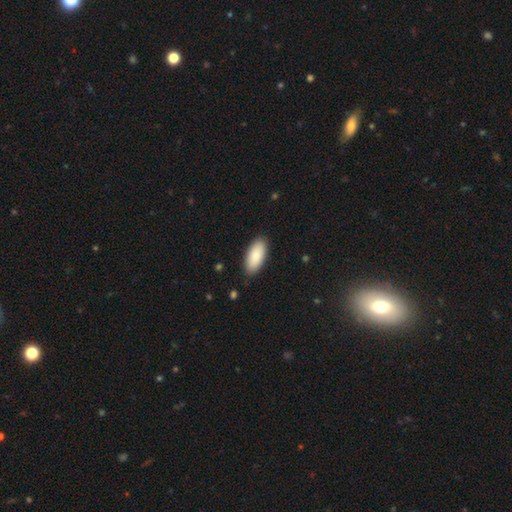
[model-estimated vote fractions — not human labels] Q: Smooth or featured?
A: smooth (87%); runner-up: featured or disk (7%)
Q: How rounded?
A: in between (89%); runner-up: cigar-shaped (9%)
Q: Merging?
A: none (88%); runner-up: minor disturbance (9%)